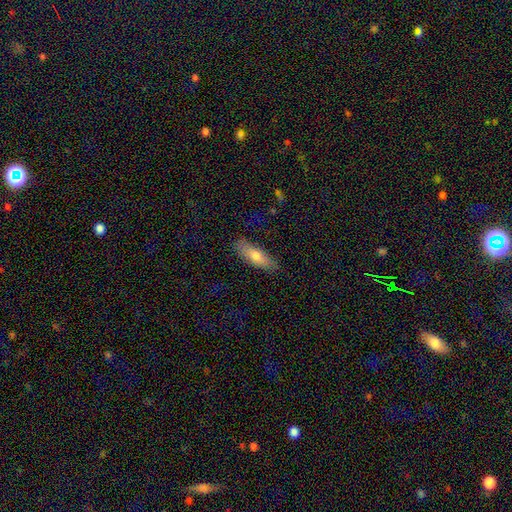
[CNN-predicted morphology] Smooth or featured: smooth — 71% (featured or disk — 23%)
How rounded: in between — 55% (cigar-shaped — 43%)
Merging: none — 82% (minor disturbance — 14%)